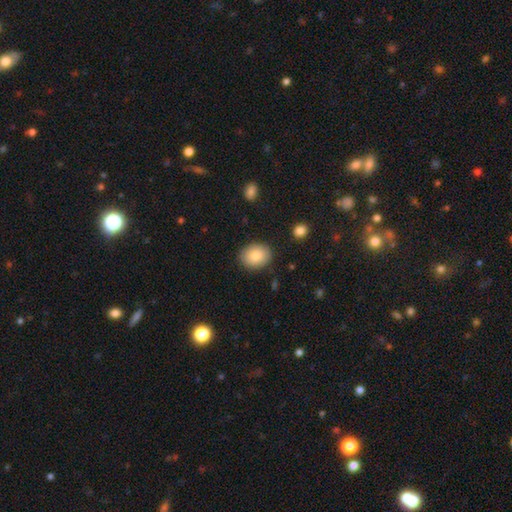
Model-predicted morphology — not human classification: A smooth galaxy with no disk features (84%) that is in between round and cigar-shaped (50%). Merging: none (87%).